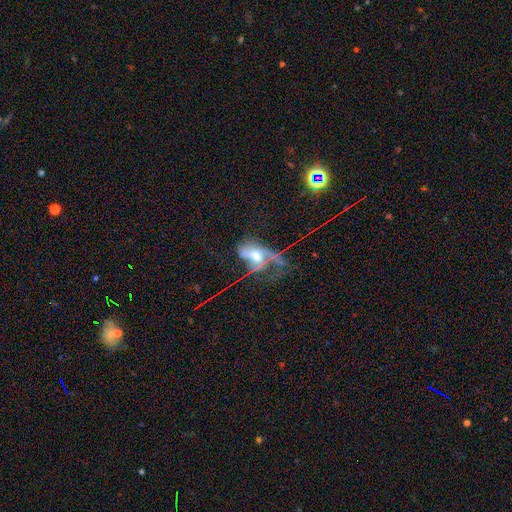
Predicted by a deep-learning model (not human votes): Morphology: type=featured or disk (60%); edge-on=no (90%); bar=no (57%); spiral arms=yes (56%); bulge=moderate (67%); merging=major disturbance (52%).